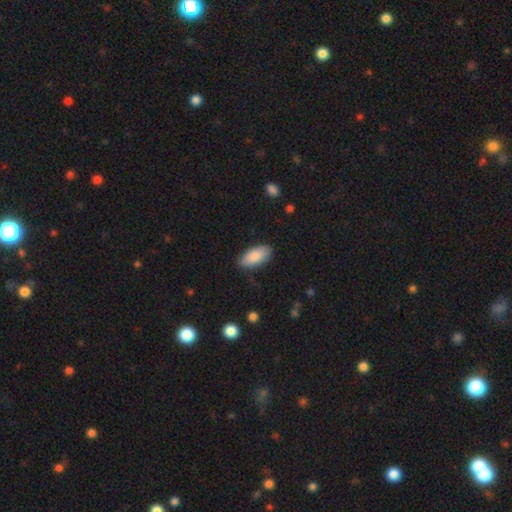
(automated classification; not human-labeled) The model was most divided on "merging": none: 85%, minor disturbance: 11%, major disturbance: 2%, merger: 1%. More confident: how rounded — in between (91%); smooth or featured — smooth (87%).